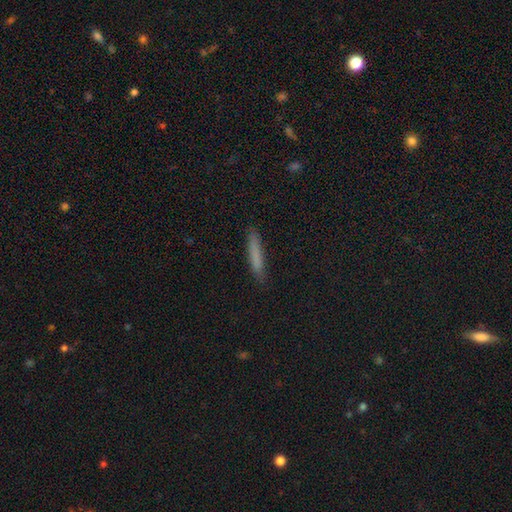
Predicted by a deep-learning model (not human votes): Smooth or featured?
  - smooth: 77% *
  - featured or disk: 15%
  - star or artifact: 8%
How rounded?
  - cigar-shaped: 94% *
  - in between: 5%
  - round: 1%
Merging?
  - none: 87% *
  - minor disturbance: 10%
  - major disturbance: 2%
  - merger: 1%